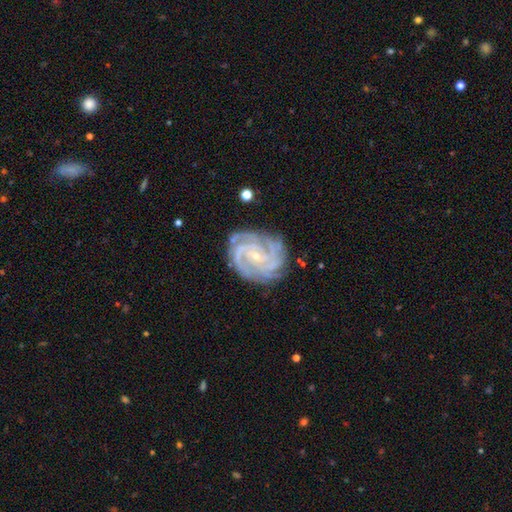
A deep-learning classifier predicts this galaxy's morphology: This appears to be a featured or disk galaxy (89%) with no bar (57%), 4 (30%) tight (71%) spiral arms (98%) and a small central bulge (82%). Merging: none (80%).